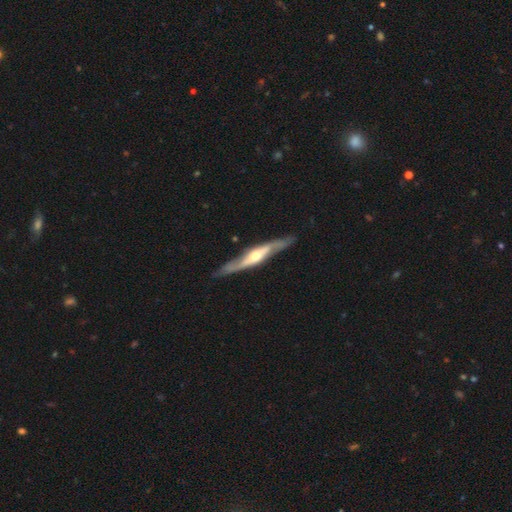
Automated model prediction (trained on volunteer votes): Smooth or featured? Predicted: featured or disk (p=0.74). Edge-on disk? Predicted: yes (p=0.77). Edge-on bulge? Predicted: rounded (p=0.84). Merging? Predicted: none (p=0.83).